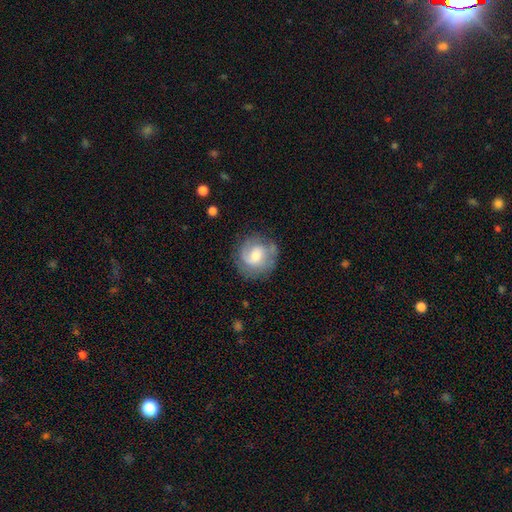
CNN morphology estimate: Q: Smooth or featured?
A: featured or disk (60%); runner-up: smooth (33%)
Q: Edge-on disk?
A: no (97%); runner-up: yes (3%)
Q: Bar?
A: weak (46%); runner-up: no (45%)
Q: Spiral arms?
A: yes (85%); runner-up: no (15%)
Q: Spiral winding?
A: tight (41%); runner-up: medium (40%)
Q: Spiral arm count?
A: 2 (56%); runner-up: can't tell (19%)
Q: Bulge size?
A: moderate (59%); runner-up: small (28%)
Q: Merging?
A: none (74%); runner-up: minor disturbance (17%)